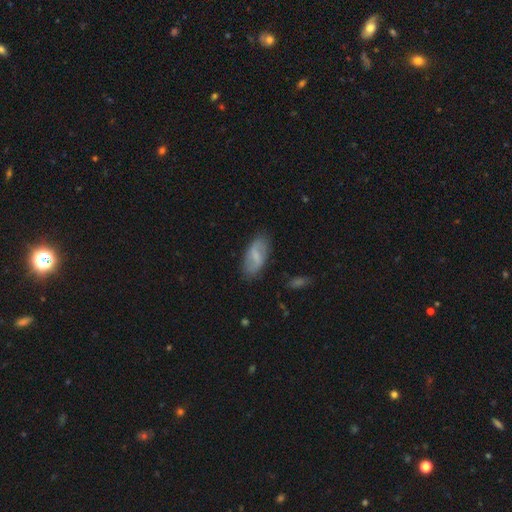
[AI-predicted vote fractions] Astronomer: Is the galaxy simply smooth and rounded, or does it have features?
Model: smooth — 47% (runner-up: featured or disk, 46%).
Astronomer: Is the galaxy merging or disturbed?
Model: none — 82%.